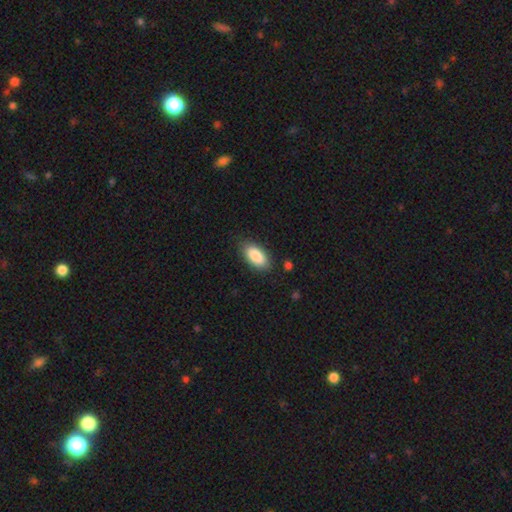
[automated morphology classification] This is clearly a smooth galaxy (88%). How rounded: clearly in between (92%). Merging: clearly none (82%).